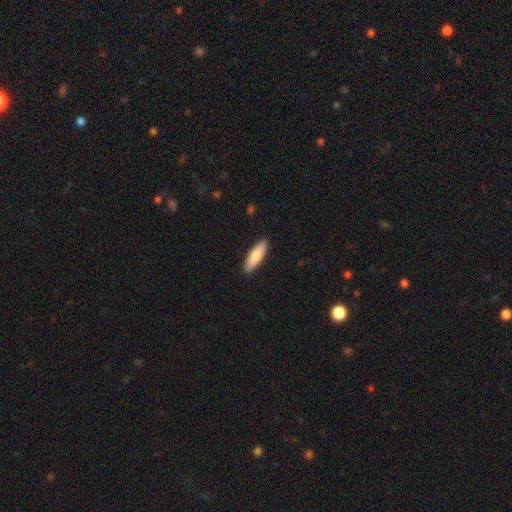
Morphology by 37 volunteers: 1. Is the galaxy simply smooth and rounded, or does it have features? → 73% smooth, 24% featured or disk, 3% star or artifact.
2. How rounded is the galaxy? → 59% cigar-shaped, 37% in between, 4% round.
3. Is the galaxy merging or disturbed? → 97% none, 3% major disturbance, 0% minor disturbance, 0% merger.